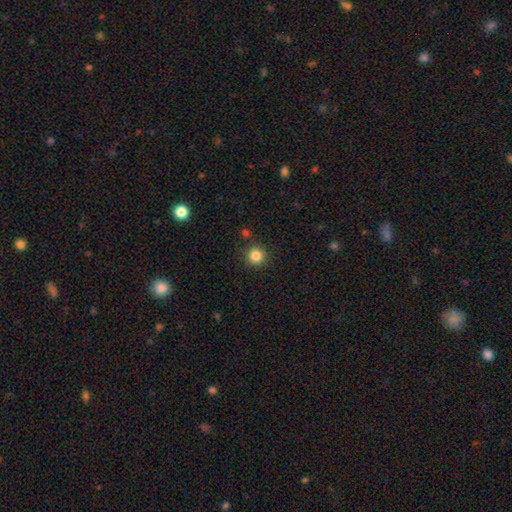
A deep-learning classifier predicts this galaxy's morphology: Smooth or featured? Predicted: smooth (p=0.85). How rounded? Predicted: round (p=0.94). Merging? Predicted: none (p=0.88).